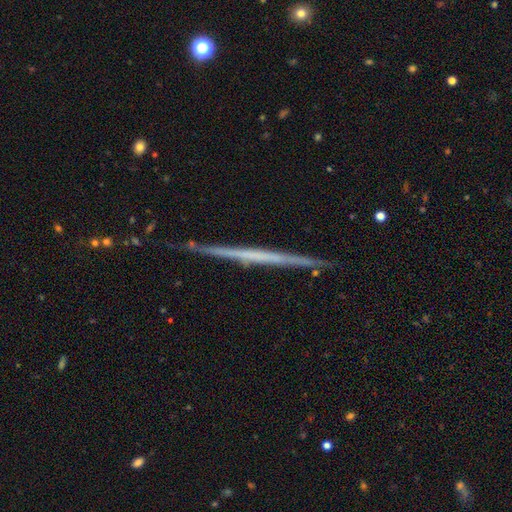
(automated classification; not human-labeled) A featured or disk galaxy (68%) viewed edge-on (98%) with no central bulge (88%). Merging: none (89%).